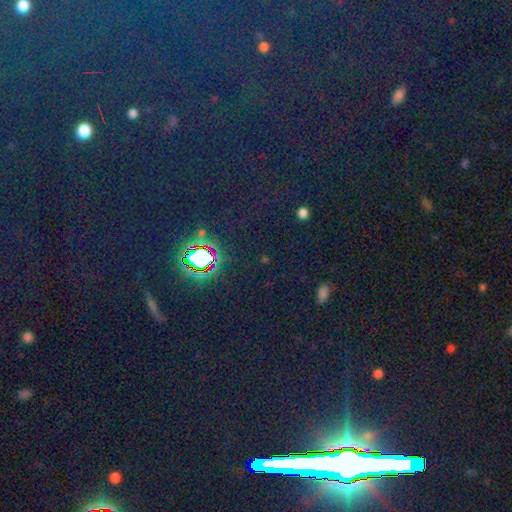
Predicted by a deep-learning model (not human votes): smooth-or-featured: star or artifact: 82% | smooth: 11% | featured or disk: 7%